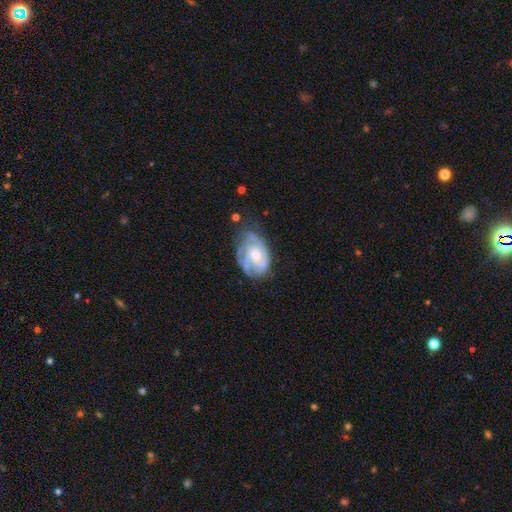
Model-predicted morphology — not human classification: smooth_or_featured: featured or disk (p=0.83) [alt: smooth p=0.12]
disk_edge_on: no (p=0.97) [alt: yes p=0.03]
bar: no (p=0.66) [alt: weak p=0.28]
has_spiral_arms: yes (p=0.94) [alt: no p=0.06]
spiral_winding: tight (p=0.63) [alt: medium p=0.30]
spiral_arm_count: 2 (p=0.30) [alt: can't tell p=0.28]
bulge_size: moderate (p=0.58) [alt: small p=0.27]
merging: none (p=0.56) [alt: minor disturbance p=0.28]